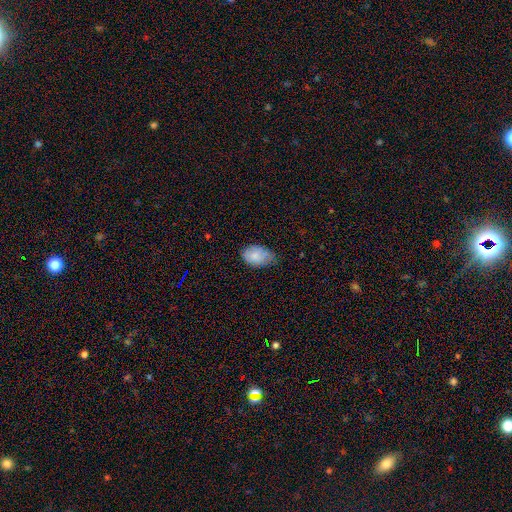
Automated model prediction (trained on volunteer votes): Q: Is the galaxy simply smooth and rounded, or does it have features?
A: smooth — 78%.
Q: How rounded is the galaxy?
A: in between — 89%.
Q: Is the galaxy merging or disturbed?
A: none — 54%.